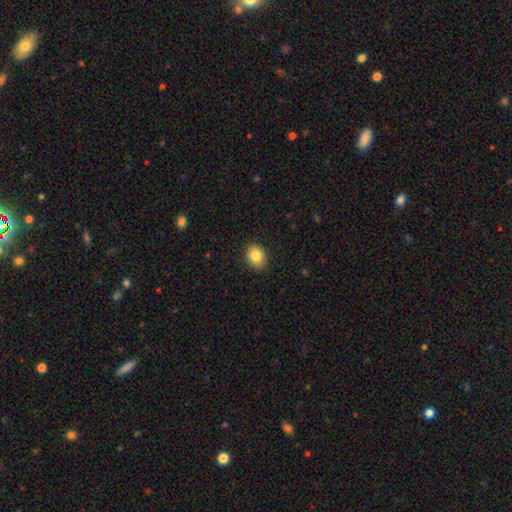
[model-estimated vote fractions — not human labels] Smooth or featured? smooth (84%)
How rounded? in between (52%)
Merging? none (88%)